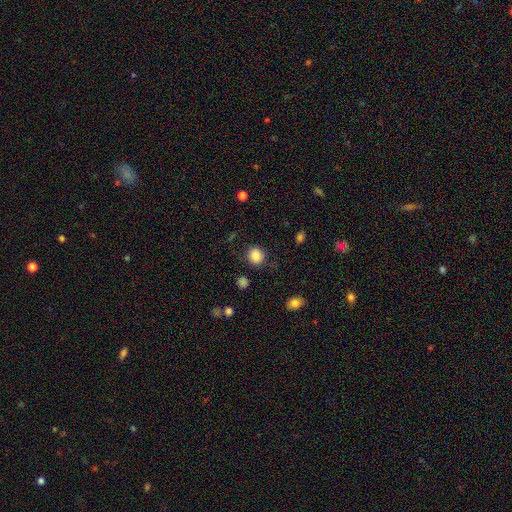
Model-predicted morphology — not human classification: Smooth or featured? Predicted: smooth (p=0.84). How rounded? Predicted: round (p=0.85). Merging? Predicted: none (p=0.85).